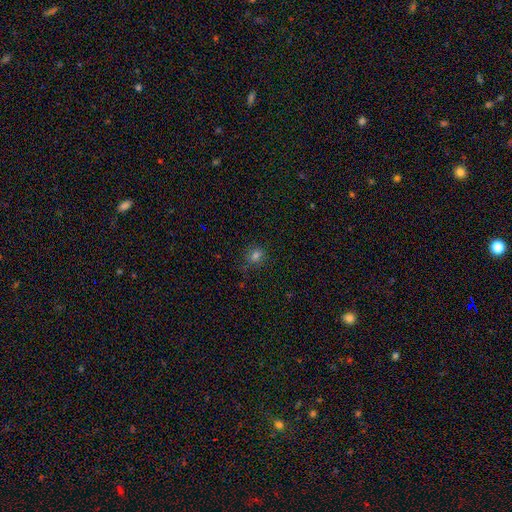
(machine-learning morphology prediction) smooth 72%, star or artifact 22%, featured or disk 7%. Down the decision tree: how rounded — round (66%); merging — none (75%).